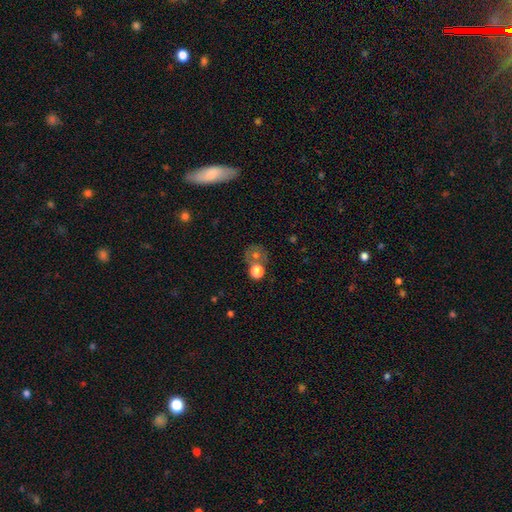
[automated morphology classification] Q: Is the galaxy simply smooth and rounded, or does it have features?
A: smooth — 55%.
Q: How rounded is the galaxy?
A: round — 76%.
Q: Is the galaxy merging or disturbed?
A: none — 62%.